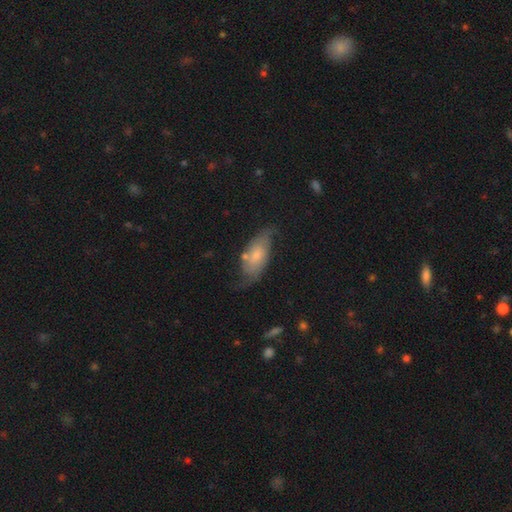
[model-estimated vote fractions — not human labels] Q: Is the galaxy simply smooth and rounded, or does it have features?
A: featured or disk — 49%.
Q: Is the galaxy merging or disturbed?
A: none — 48%.